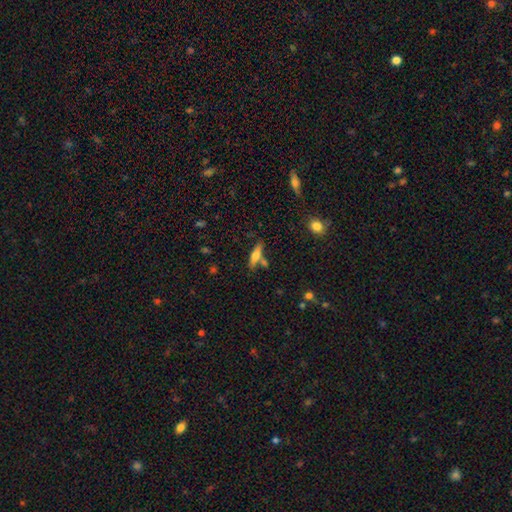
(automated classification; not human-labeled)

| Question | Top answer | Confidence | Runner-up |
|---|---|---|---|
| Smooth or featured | smooth | 58% | featured or disk (34%) |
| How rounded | cigar-shaped | 66% | in between (32%) |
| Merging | none | 65% | merger (17%) |